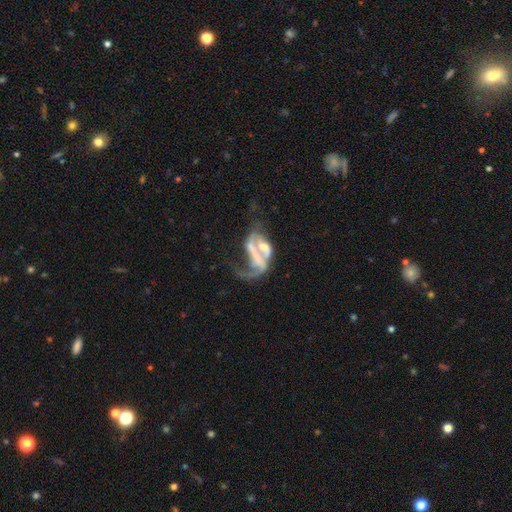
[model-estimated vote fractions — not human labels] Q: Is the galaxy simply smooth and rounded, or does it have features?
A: featured or disk — 69%.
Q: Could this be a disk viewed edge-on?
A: no — 94%.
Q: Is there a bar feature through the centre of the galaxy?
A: no — 49%.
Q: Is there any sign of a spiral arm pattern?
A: yes — 54%.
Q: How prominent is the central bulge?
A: none — 33%.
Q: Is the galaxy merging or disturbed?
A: merger — 41%.